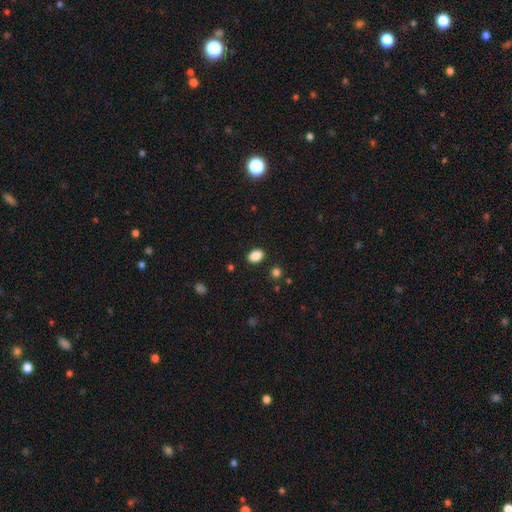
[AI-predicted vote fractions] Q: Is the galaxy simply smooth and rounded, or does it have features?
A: smooth — 88%.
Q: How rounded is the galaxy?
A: in between — 75%.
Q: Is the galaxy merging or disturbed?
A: none — 88%.